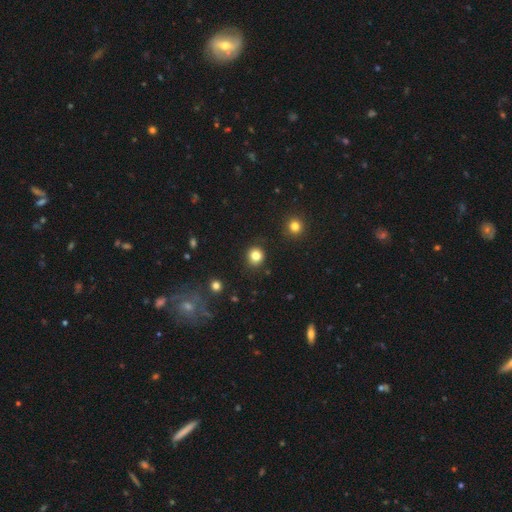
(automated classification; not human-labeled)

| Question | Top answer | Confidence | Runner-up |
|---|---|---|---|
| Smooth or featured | smooth | 83% | star or artifact (12%) |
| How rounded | round | 87% | in between (12%) |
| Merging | none | 89% | minor disturbance (8%) |